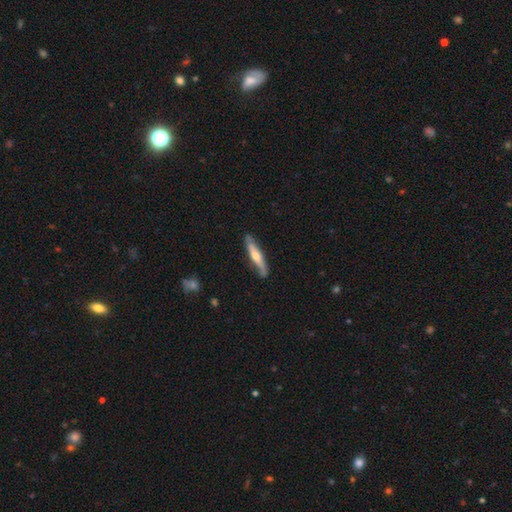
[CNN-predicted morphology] smooth-or-featured: featured or disk: 55% | smooth: 40% | star or artifact: 5%
  disk-edge-on: yes: 84% | no: 16%
  merging: none: 83% | minor disturbance: 13% | major disturbance: 2% | merger: 2%